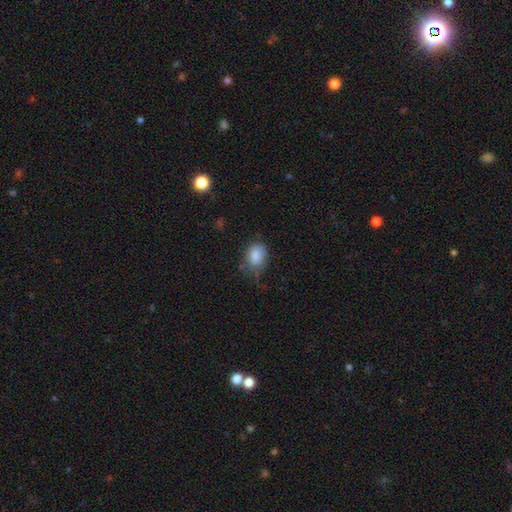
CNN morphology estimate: This is clearly a smooth galaxy (83%). How rounded: likely in between (70%). Merging: possibly none (55%).